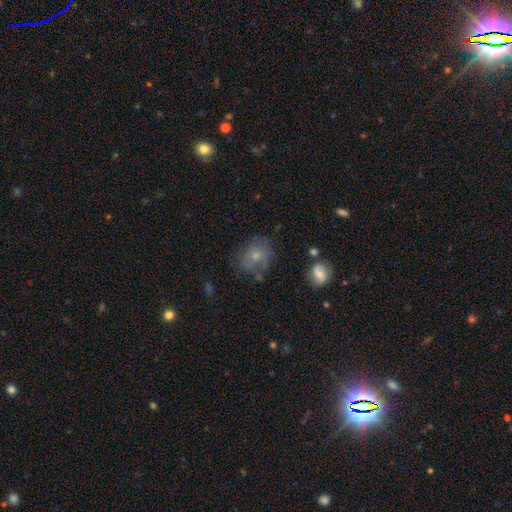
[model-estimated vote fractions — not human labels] This appears to be a smooth galaxy with no disk features (60%) that is round (54%). Merging: none (51%).